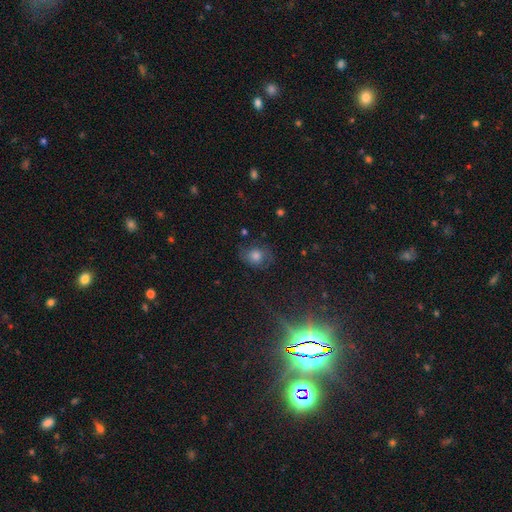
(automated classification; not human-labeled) A smooth galaxy with no disk features (54%) that is round (63%). Merging: none (65%).